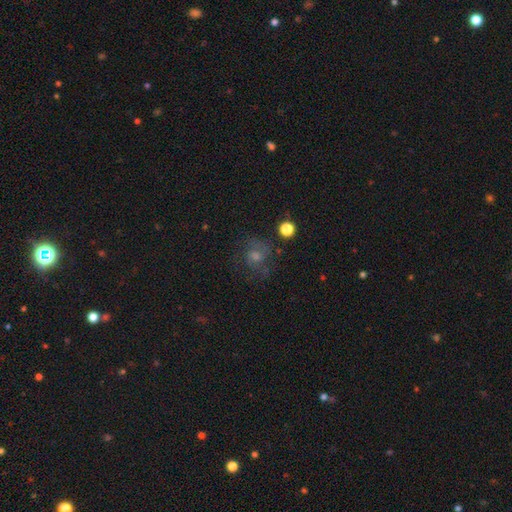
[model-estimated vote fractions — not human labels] Smooth or featured: featured or disk — 37% (smooth — 35%)
Merging: none — 66% (minor disturbance — 17%)